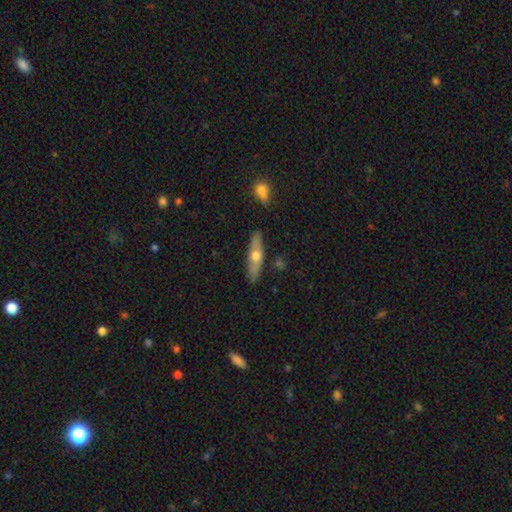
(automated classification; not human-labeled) featured or disk 49%, smooth 45%, star or artifact 6%. Down the decision tree: merging — none (85%).